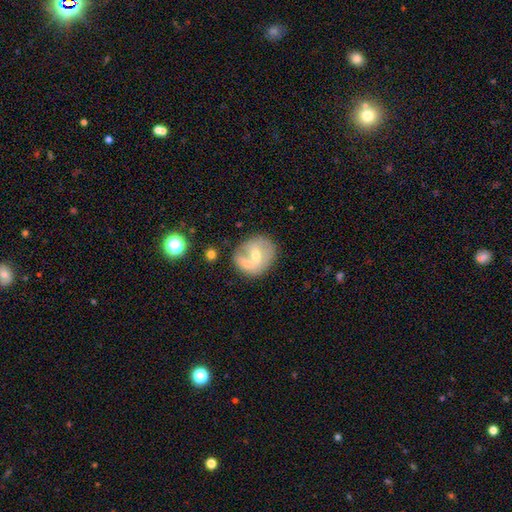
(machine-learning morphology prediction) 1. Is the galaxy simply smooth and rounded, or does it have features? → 46% smooth (tied), 46% featured or disk (tied), 8% star or artifact.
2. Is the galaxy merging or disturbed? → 42% merger, 40% none, 13% minor disturbance, 5% major disturbance.